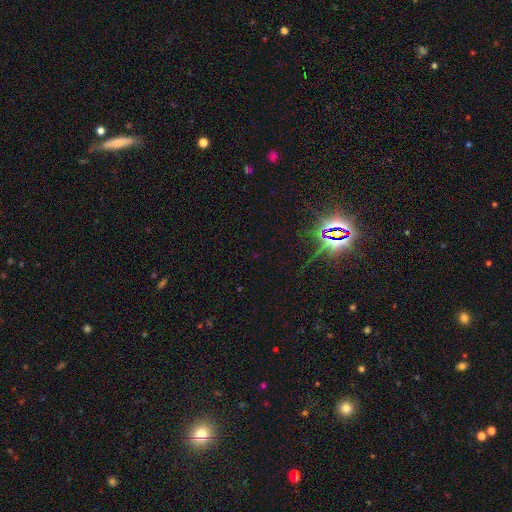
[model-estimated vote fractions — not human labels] Overall: star or artifact (74%).